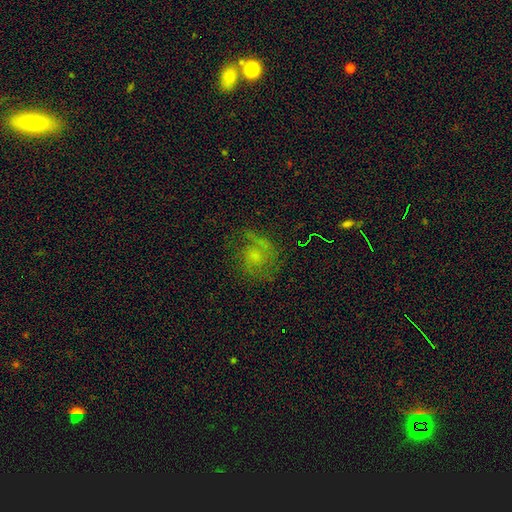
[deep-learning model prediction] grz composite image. It shows a featured or disk galaxy (58%) with no bar (68%), spiral arms (82%) and a small central bulge (36%). Merging: none (57%).